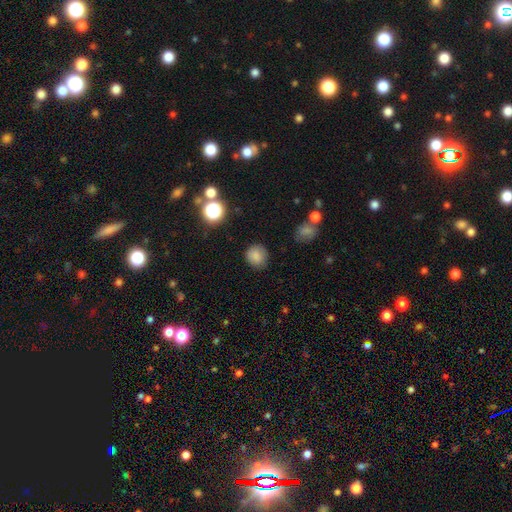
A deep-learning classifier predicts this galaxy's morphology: Q: Smooth or featured?
A: smooth (82%); runner-up: star or artifact (12%)
Q: How rounded?
A: round (88%); runner-up: in between (11%)
Q: Merging?
A: none (85%); runner-up: minor disturbance (10%)